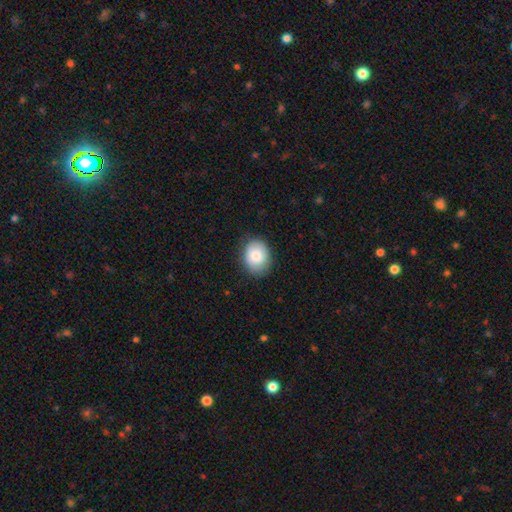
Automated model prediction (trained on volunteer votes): Q: Smooth or featured?
A: smooth (82%); runner-up: featured or disk (10%)
Q: How rounded?
A: in between (53%); runner-up: round (46%)
Q: Merging?
A: none (83%); runner-up: minor disturbance (13%)